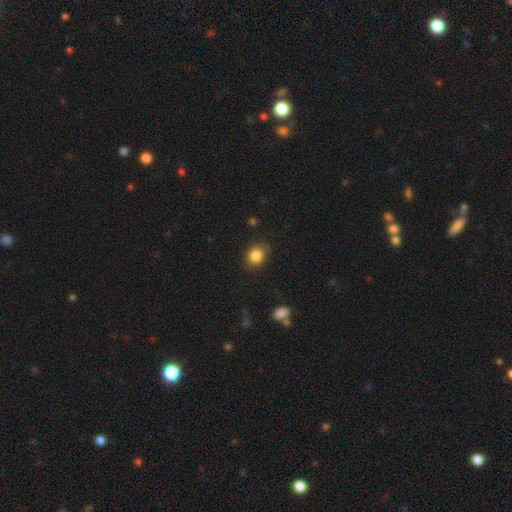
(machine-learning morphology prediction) Smooth or featured? Predicted: smooth (p=0.85). How rounded? Predicted: round (p=0.67). Merging? Predicted: none (p=0.78).